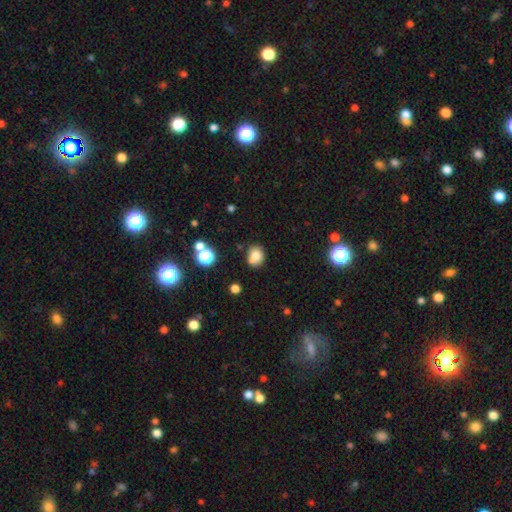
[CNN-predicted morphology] A smooth galaxy with no disk features (76%) that is round (62%).

Vote fractions:
- Smooth or featured? smooth: 76% / star or artifact: 13% / featured or disk: 11%
- How rounded? round: 62% / in between: 37% / cigar-shaped: 1%
- Merging? none: 61% / merger: 18% / minor disturbance: 16% / major disturbance: 4%